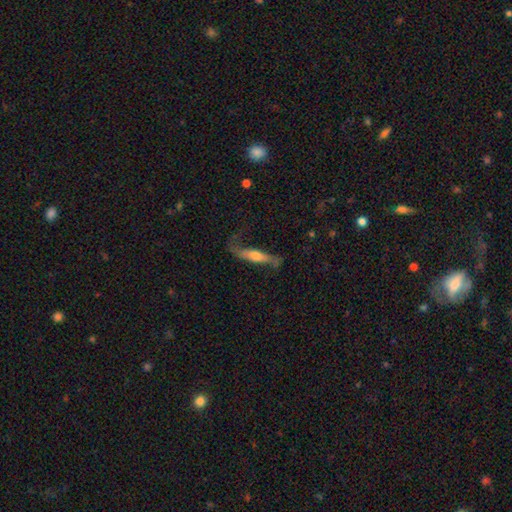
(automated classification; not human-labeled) A featured or disk galaxy (56%) viewed edge-on (58%).

Vote fractions:
- Smooth or featured? featured or disk: 56% / smooth: 37% / star or artifact: 7%
- Edge-on disk? yes: 58% / no: 42%
- Merging? none: 50% / minor disturbance: 24% / major disturbance: 23% / merger: 3%